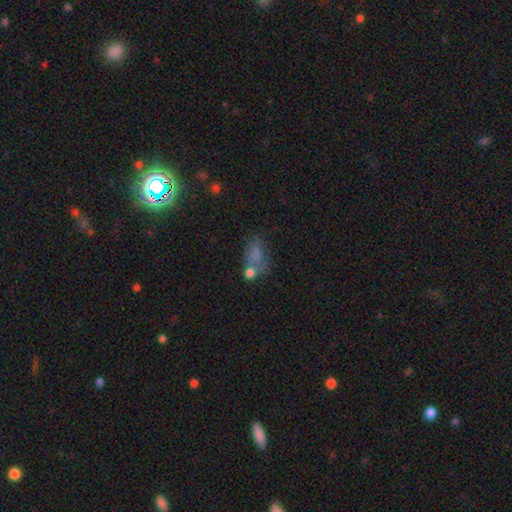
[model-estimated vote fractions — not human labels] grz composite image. It shows a smooth galaxy with no disk features (62%) that is in between round and cigar-shaped (76%). Merging: none (39%).